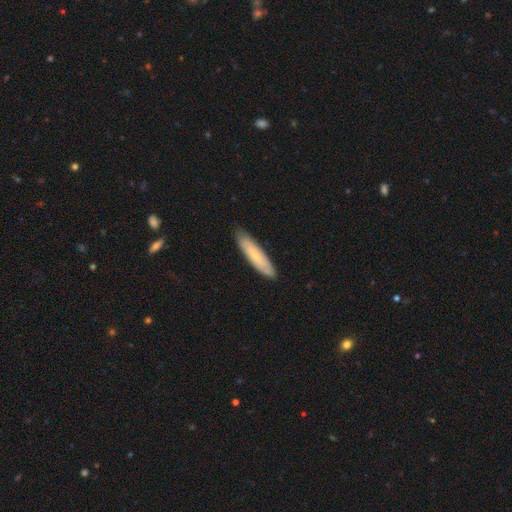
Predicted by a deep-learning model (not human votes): This is likely a smooth galaxy (65%). How rounded: likely cigar-shaped (78%). Merging: clearly none (86%).